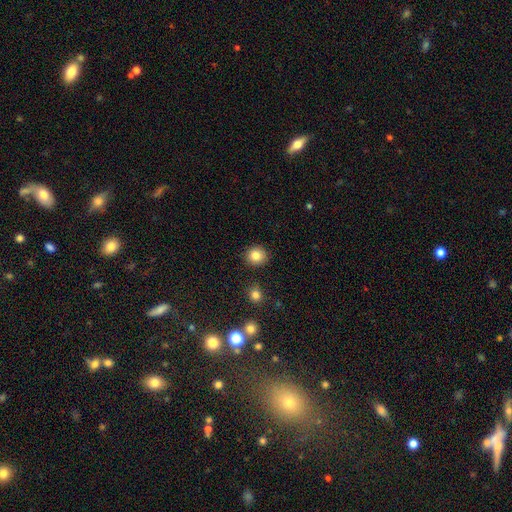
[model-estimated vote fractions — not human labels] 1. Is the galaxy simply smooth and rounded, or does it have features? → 83% smooth, 11% star or artifact, 6% featured or disk.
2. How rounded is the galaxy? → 88% round, 11% in between, 1% cigar-shaped.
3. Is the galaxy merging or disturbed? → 90% none, 6% minor disturbance, 2% major disturbance, 2% merger.